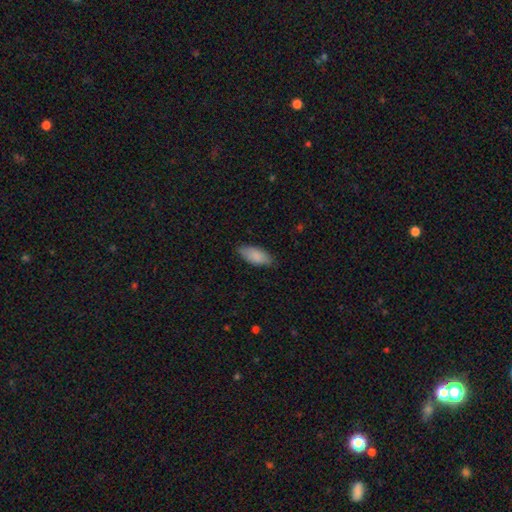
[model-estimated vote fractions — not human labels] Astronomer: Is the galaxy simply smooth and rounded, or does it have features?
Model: smooth — 86%.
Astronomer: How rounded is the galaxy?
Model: in between — 88%.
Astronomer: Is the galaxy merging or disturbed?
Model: none — 80%.